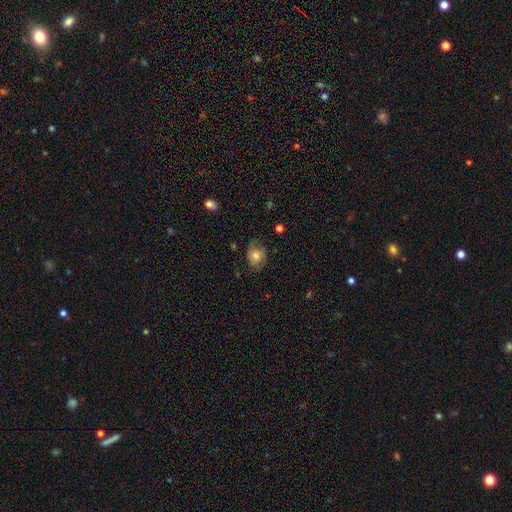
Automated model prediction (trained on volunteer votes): This is possibly a smooth galaxy (53%). How rounded: possibly in between (50%). Merging: likely none (62%).